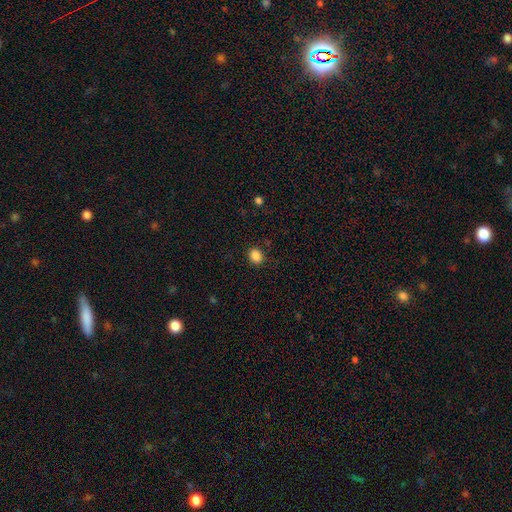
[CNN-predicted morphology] The model was most divided on "how rounded": round: 59%, in between: 40%, cigar-shaped: 1%. More confident: merging — none (87%); smooth or featured — smooth (86%).